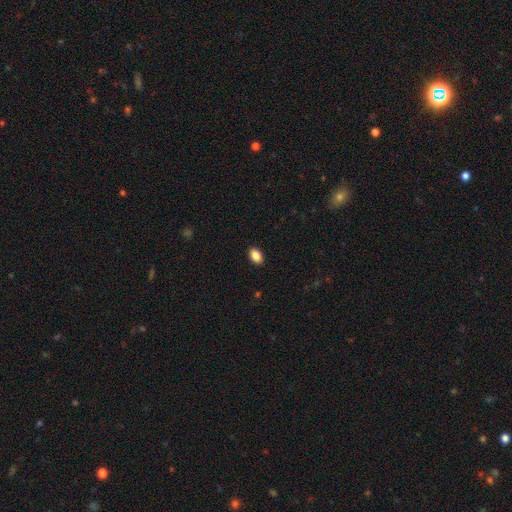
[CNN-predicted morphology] smooth-or-featured: smooth: 88% | star or artifact: 8% | featured or disk: 4%
  how-rounded: in between: 87% | round: 12% | cigar-shaped: 1%
  merging: none: 90% | minor disturbance: 7% | major disturbance: 2% | merger: 1%